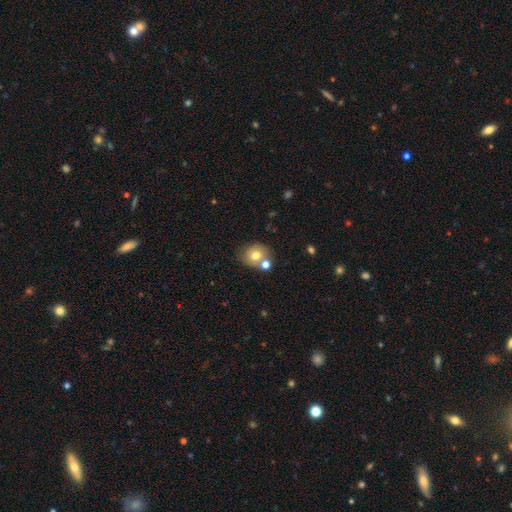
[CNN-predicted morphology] Smooth or featured: smooth — 73% (featured or disk — 17%)
How rounded: round — 70% (in between — 29%)
Merging: none — 59% (merger — 25%)